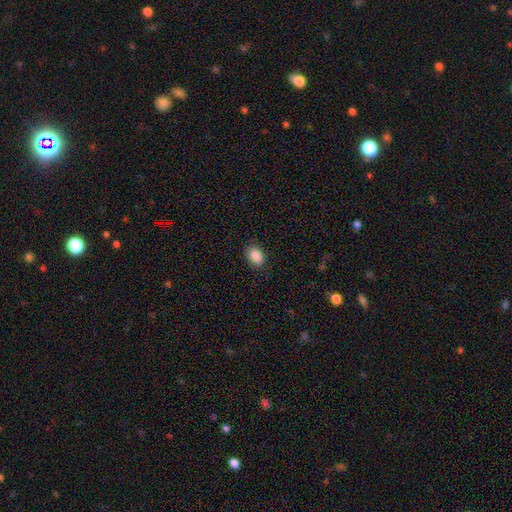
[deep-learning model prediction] A smooth galaxy with no disk features (89%) that is in between round and cigar-shaped (84%).

Vote fractions:
- Smooth or featured? smooth: 89% / star or artifact: 8% / featured or disk: 3%
- How rounded? in between: 84% / round: 15% / cigar-shaped: 1%
- Merging? none: 87% / minor disturbance: 10% / major disturbance: 3% / merger: 1%